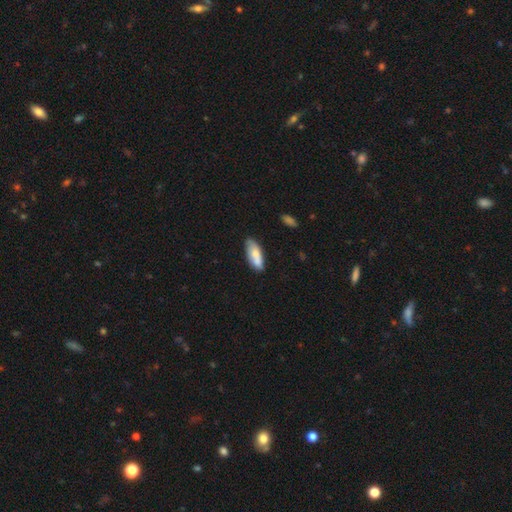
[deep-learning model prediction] A smooth galaxy with no disk features (70%) that is in between round and cigar-shaped (76%). Merging: none (68%).